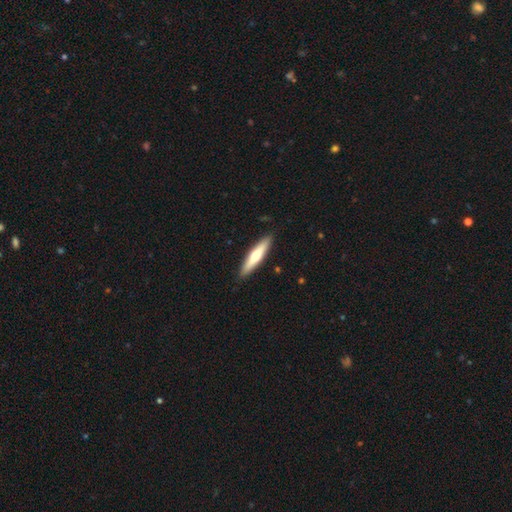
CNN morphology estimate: Overall: smooth (53%; featured or disk 43%). How rounded: cigar-shaped (85%). Merging: none (90%).